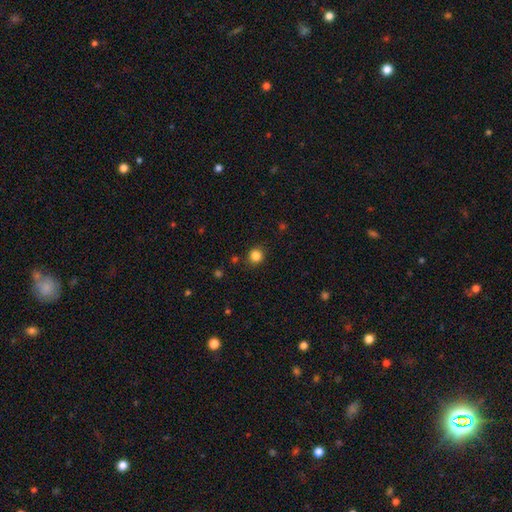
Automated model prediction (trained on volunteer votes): A smooth galaxy with no disk features (84%) that is round (91%).

Vote fractions:
- Smooth or featured? smooth: 84% / star or artifact: 12% / featured or disk: 4%
- How rounded? round: 91% / in between: 8% / cigar-shaped: 1%
- Merging? none: 89% / minor disturbance: 7% / major disturbance: 2% / merger: 2%